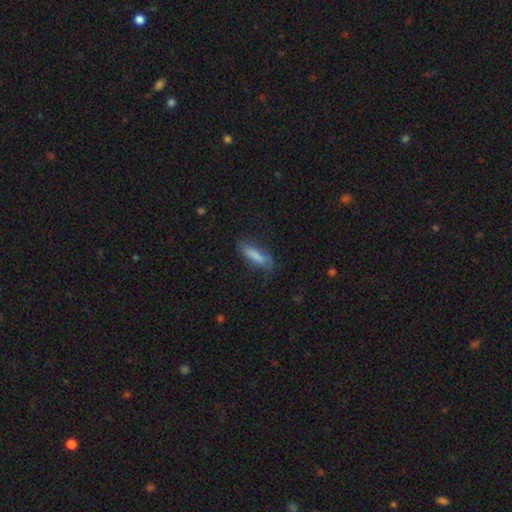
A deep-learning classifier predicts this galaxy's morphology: smooth-or-featured: smooth: 77% | featured or disk: 15% | star or artifact: 7%
  how-rounded: cigar-shaped: 54% | in between: 44% | round: 2%
  merging: none: 62% | minor disturbance: 26% | major disturbance: 10% | merger: 2%